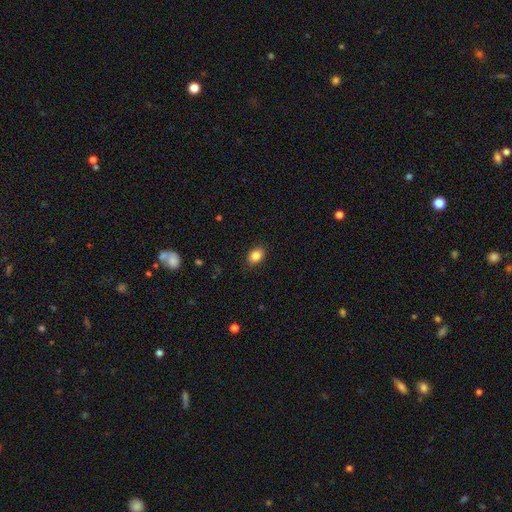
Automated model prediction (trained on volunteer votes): Morphology: type=smooth (85%); roundness=in between (74%); merging=none (87%).